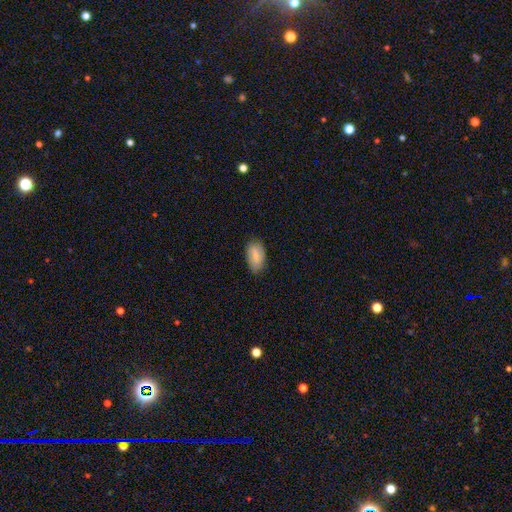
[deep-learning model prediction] Overall: smooth (78%). How rounded: in between (93%). Merging: none (78%).